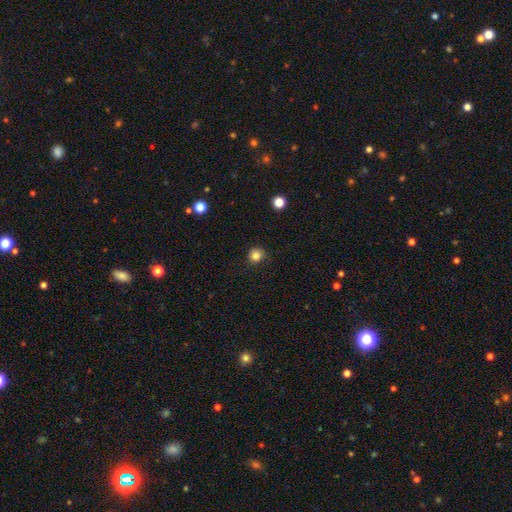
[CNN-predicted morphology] Overall: smooth (83%). How rounded: round (90%). Merging: none (84%).